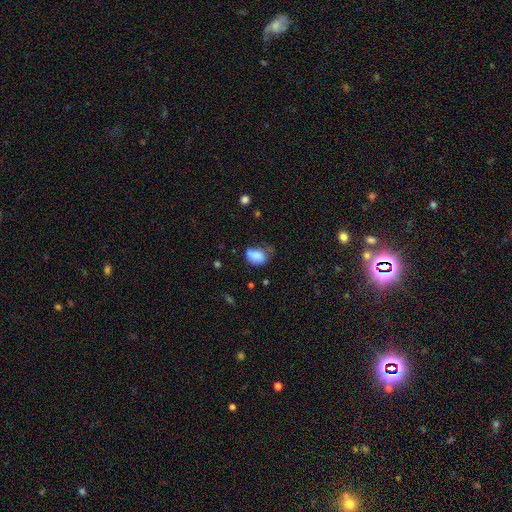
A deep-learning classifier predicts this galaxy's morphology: A smooth galaxy with no disk features (81%) that is in between round and cigar-shaped (78%). Merging: none (38%).